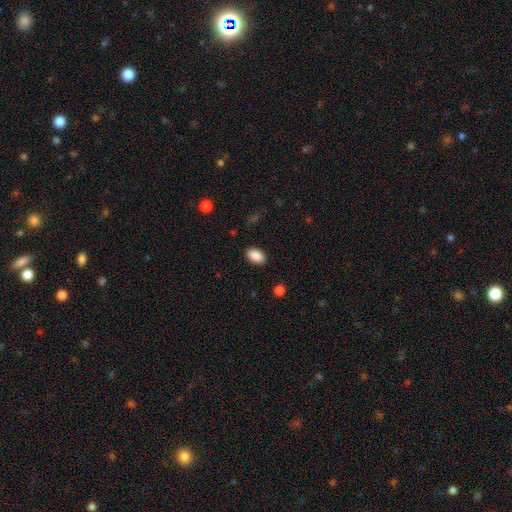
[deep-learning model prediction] A smooth galaxy with no disk features (89%) that is in between round and cigar-shaped (92%).

Vote fractions:
- Smooth or featured? smooth: 89% / star or artifact: 8% / featured or disk: 3%
- How rounded? in between: 92% / round: 7% / cigar-shaped: 1%
- Merging? none: 89% / minor disturbance: 8% / major disturbance: 2% / merger: 1%